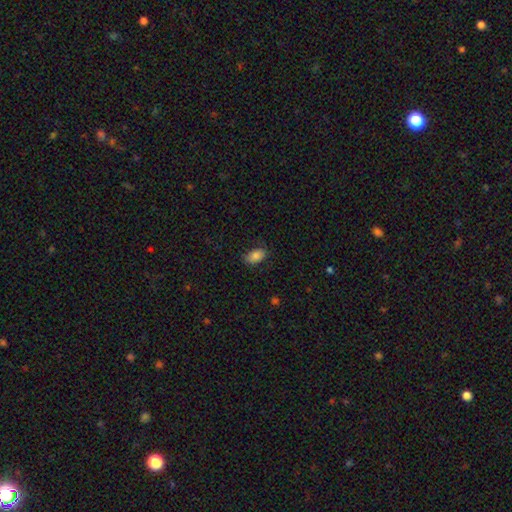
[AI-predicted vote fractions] A smooth galaxy with no disk features (84%) that is in between round and cigar-shaped (91%). Merging: none (74%).